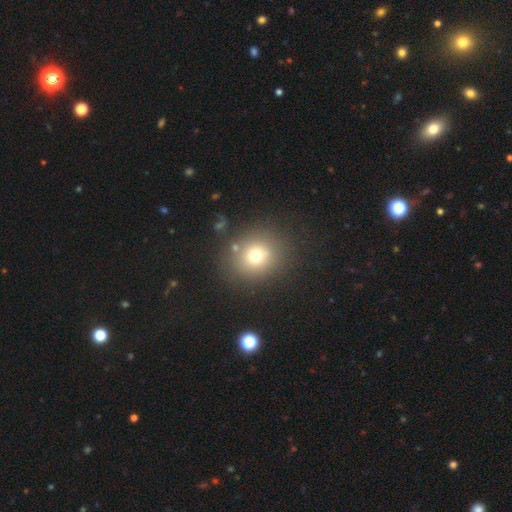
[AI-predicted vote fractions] smooth_or_featured: smooth (p=0.72) [alt: star or artifact p=0.16]
how_rounded: round (p=0.84) [alt: in between p=0.15]
merging: none (p=0.81) [alt: minor disturbance p=0.09]